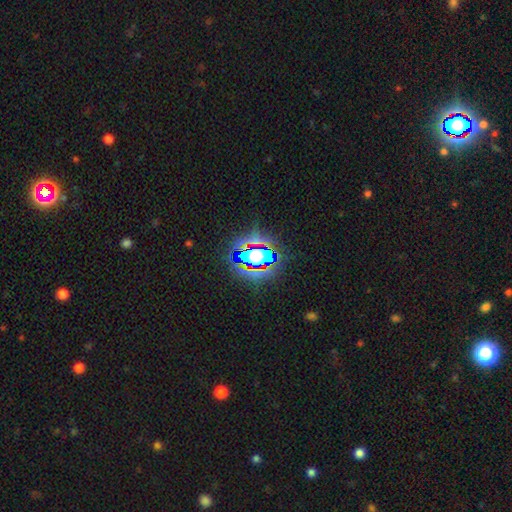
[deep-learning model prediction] Smooth or featured? star or artifact (56%)